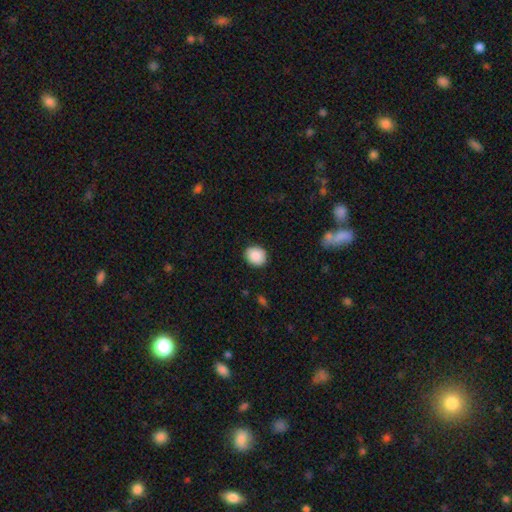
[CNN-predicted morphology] smooth-or-featured: smooth: 89% | star or artifact: 8% | featured or disk: 3%
  how-rounded: round: 66% | in between: 33% | cigar-shaped: 1%
  merging: none: 89% | minor disturbance: 8% | major disturbance: 2% | merger: 1%